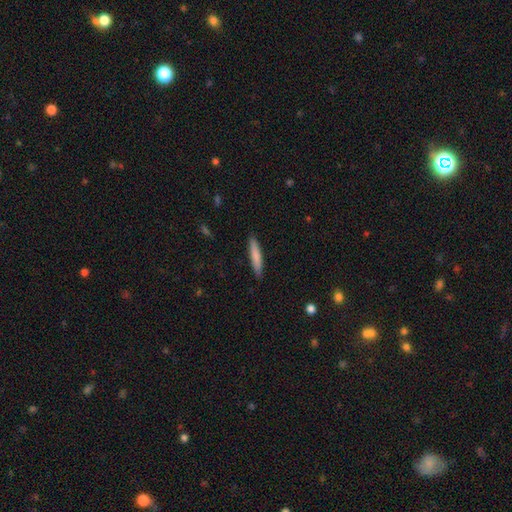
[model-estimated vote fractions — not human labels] The model was most divided on "smooth or featured": smooth: 80%, featured or disk: 14%, star or artifact: 6%. More confident: how rounded — cigar-shaped (90%); merging — none (89%).